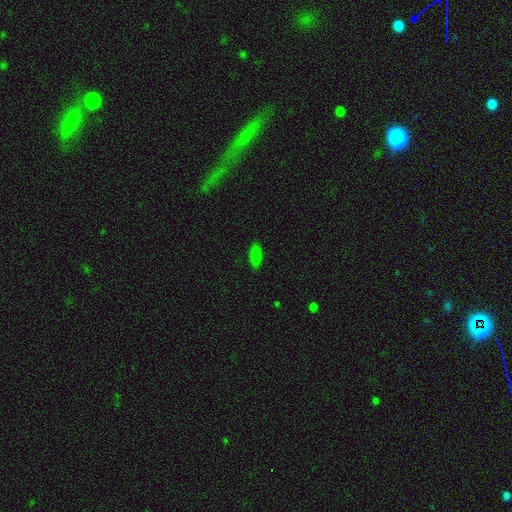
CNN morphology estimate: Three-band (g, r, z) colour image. It shows a smooth galaxy with no disk features (85%) that is in between round and cigar-shaped (72%). Merging: none (87%).